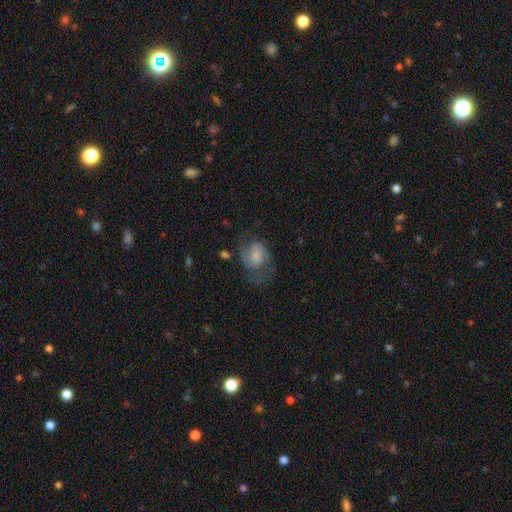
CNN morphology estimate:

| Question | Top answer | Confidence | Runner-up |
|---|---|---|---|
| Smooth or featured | featured or disk | 51% | smooth (40%) |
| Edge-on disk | no | 97% | yes (3%) |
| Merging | none | 48% | major disturbance (26%) |